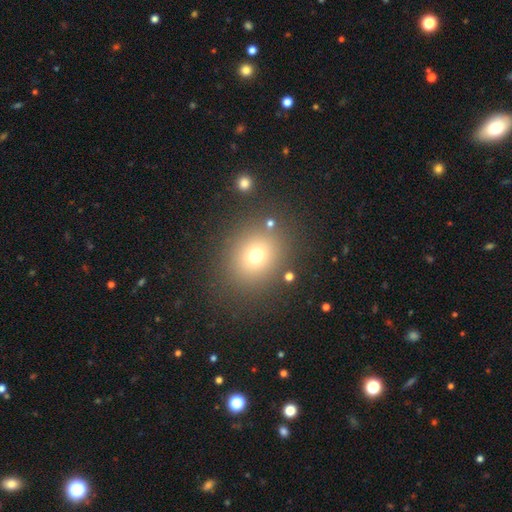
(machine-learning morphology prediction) Smooth or featured: smooth — 69% (star or artifact — 19%)
How rounded: round — 68% (in between — 31%)
Merging: none — 83% (minor disturbance — 9%)